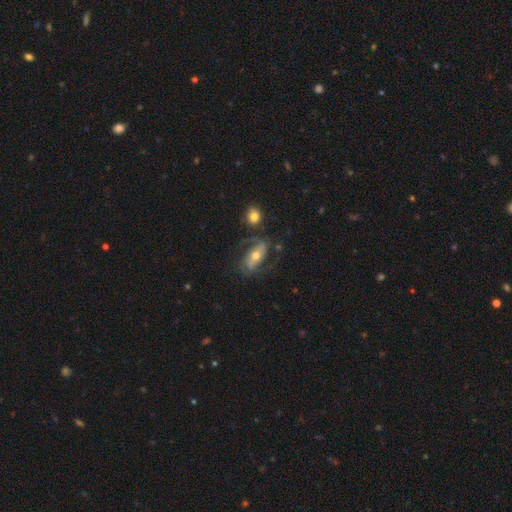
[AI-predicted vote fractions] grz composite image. It shows a featured or disk galaxy (73%) with a strong bar (38%), 2 (86%) medium (43%) spiral arms (87%) and a moderate central bulge (62%). Merging: none (61%).